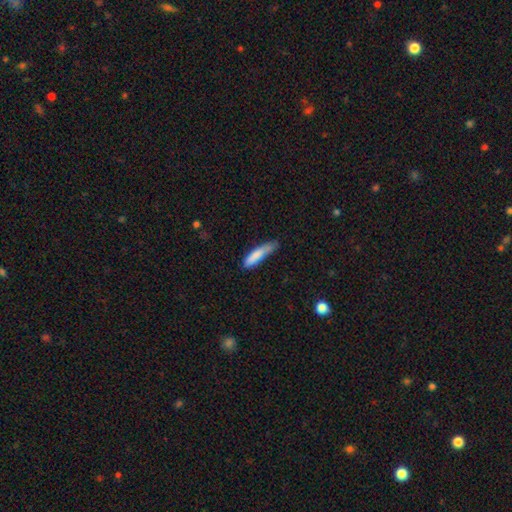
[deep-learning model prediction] Smooth or featured?
  - smooth: 82% *
  - featured or disk: 12%
  - star or artifact: 6%
How rounded?
  - cigar-shaped: 79% *
  - in between: 19%
  - round: 1%
Merging?
  - none: 50% *
  - minor disturbance: 37%
  - major disturbance: 10%
  - merger: 4%